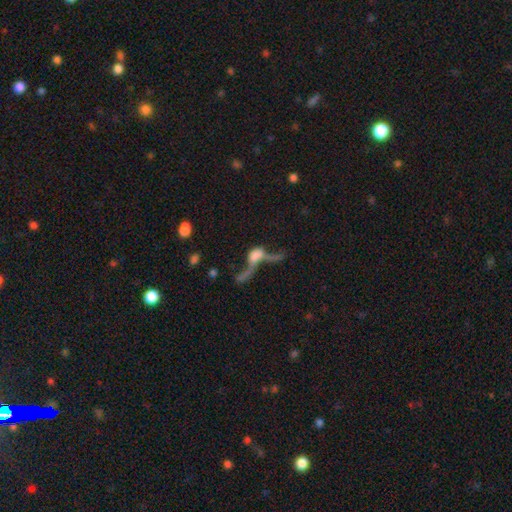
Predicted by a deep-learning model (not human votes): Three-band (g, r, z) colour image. It shows a featured or disk galaxy (47%). Merging: merger (45%).